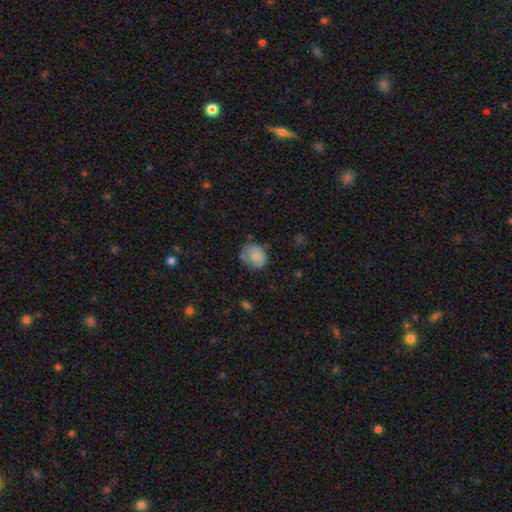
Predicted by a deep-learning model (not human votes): Smooth or featured? smooth (82%)
How rounded? in between (50%)
Merging? none (63%)